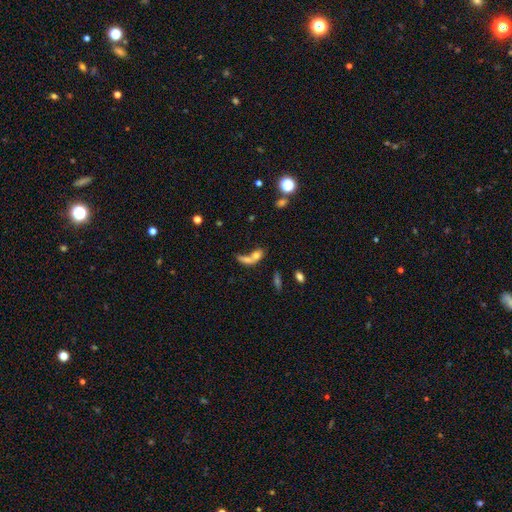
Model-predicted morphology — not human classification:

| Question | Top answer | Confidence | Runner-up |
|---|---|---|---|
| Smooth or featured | smooth | 66% | featured or disk (21%) |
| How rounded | in between | 62% | round (22%) |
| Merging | merger | 59% | none (25%) |